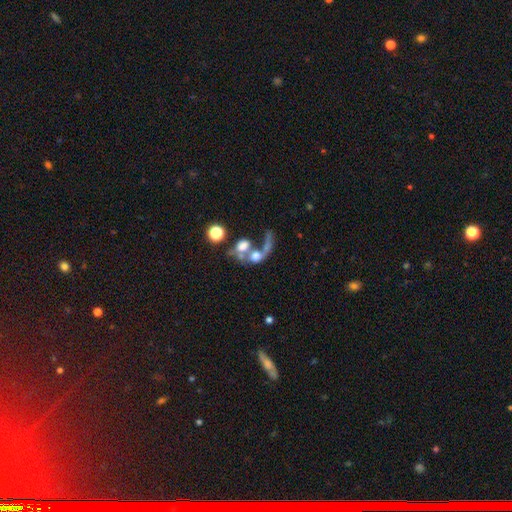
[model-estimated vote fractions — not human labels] Smooth or featured? Predicted: smooth (p=0.45). Merging? Predicted: merger (p=0.59).